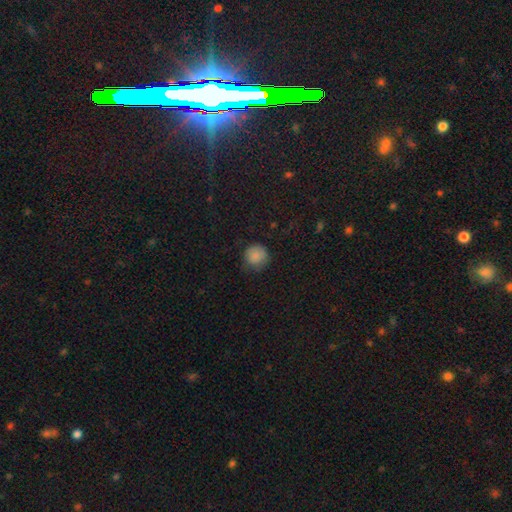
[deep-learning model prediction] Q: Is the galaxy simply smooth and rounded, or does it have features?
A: smooth — 85%.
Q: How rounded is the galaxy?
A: round — 92%.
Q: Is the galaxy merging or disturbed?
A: none — 75%.